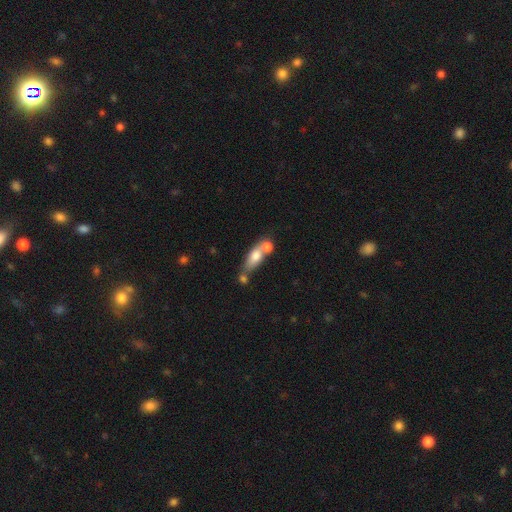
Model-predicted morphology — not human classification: A smooth galaxy with no disk features (67%) that is in between round and cigar-shaped (63%). Merging: merger (49%).